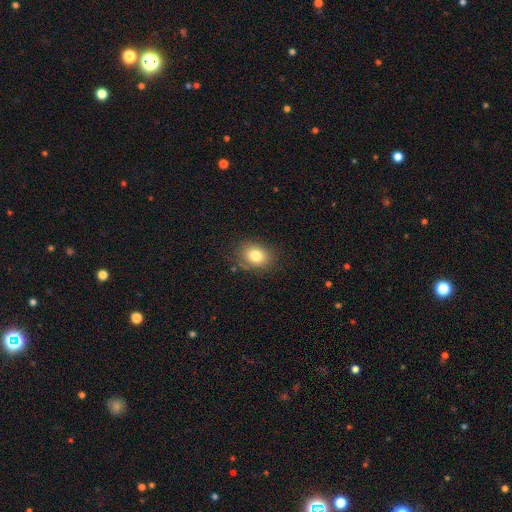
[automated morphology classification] Smooth or featured? Predicted: smooth (p=0.80). How rounded? Predicted: in between (p=0.61). Merging? Predicted: none (p=0.80).